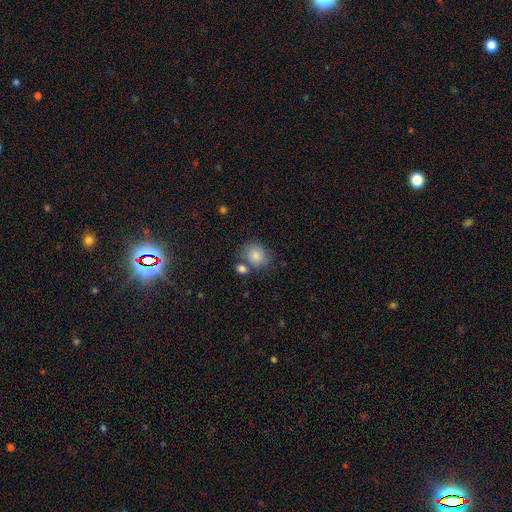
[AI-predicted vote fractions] smooth_or_featured: smooth (p=0.83) [alt: featured or disk p=0.09]
how_rounded: round (p=0.58) [alt: in between p=0.41]
merging: none (p=0.60) [alt: merger p=0.19]